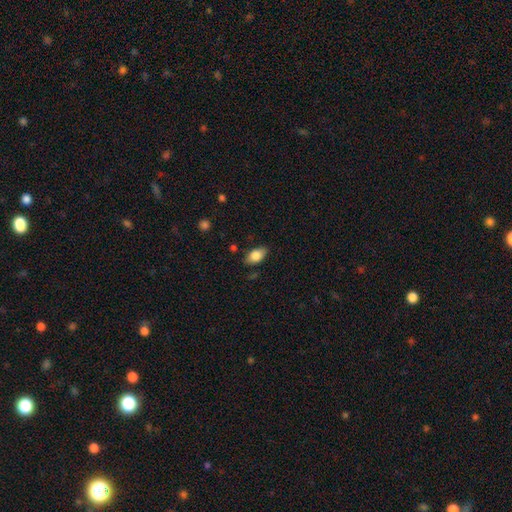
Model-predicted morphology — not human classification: Smooth or featured? Predicted: smooth (p=0.80). How rounded? Predicted: in between (p=0.90). Merging? Predicted: none (p=0.81).